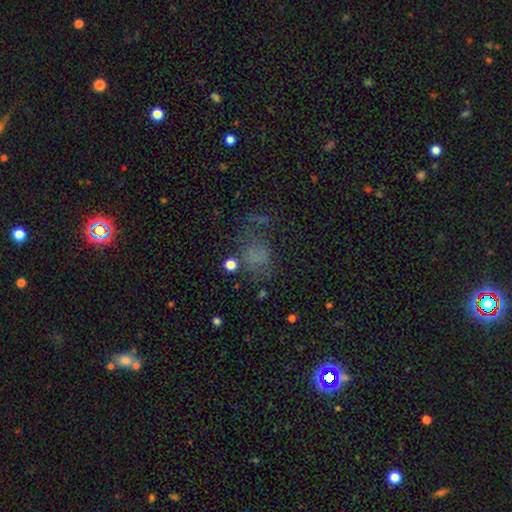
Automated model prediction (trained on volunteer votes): Smooth or featured: smooth — 54% (star or artifact — 28%)
How rounded: in between — 56% (round — 42%)
Merging: none — 45% (major disturbance — 27%)